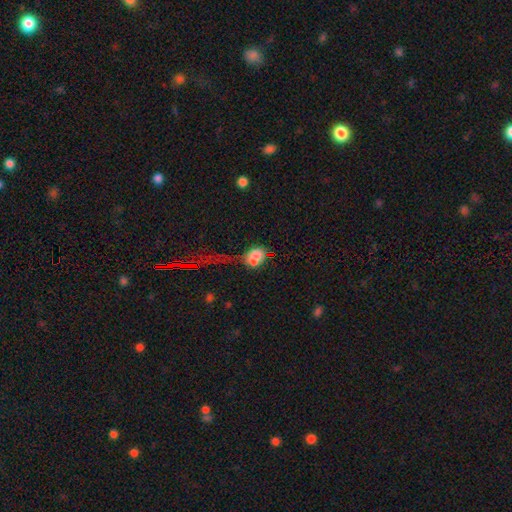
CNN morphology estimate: The model was most divided on "how rounded": round: 51%, in between: 46%, cigar-shaped: 4%. Remaining: smooth or featured — smooth (63%); merging — merger (44%).